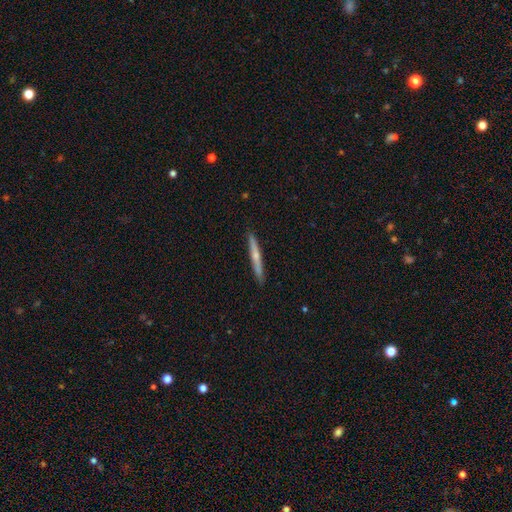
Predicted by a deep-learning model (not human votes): smooth-or-featured: featured or disk: 50% | smooth: 44% | star or artifact: 6%
  merging: none: 91% | minor disturbance: 7% | major disturbance: 1% | merger: 1%